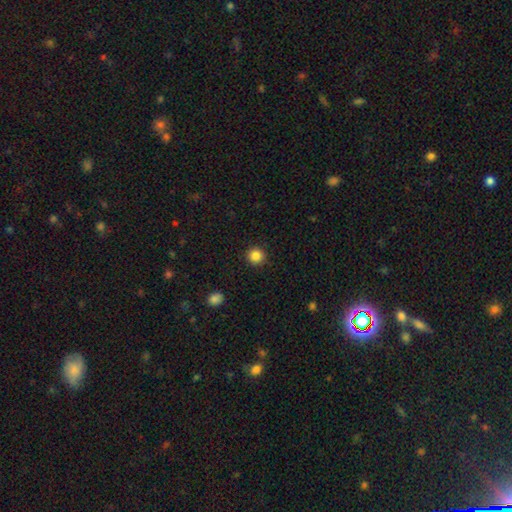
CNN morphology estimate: smooth 86%, star or artifact 11%, featured or disk 4%. Down the decision tree: how rounded — round (94%); merging — none (92%).